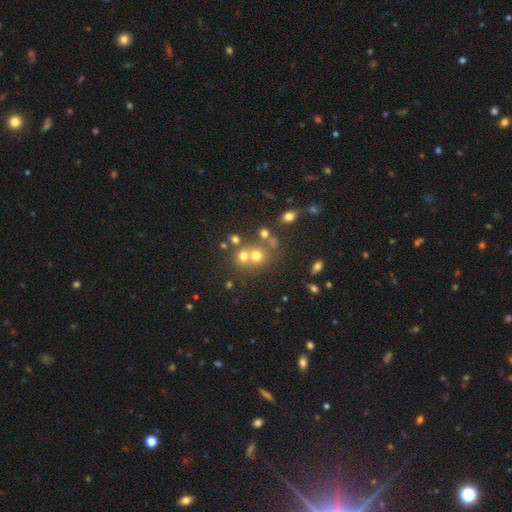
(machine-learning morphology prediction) Smooth or featured: smooth — 62% (star or artifact — 20%)
How rounded: round — 81% (in between — 18%)
Merging: none — 46% (merger — 41%)